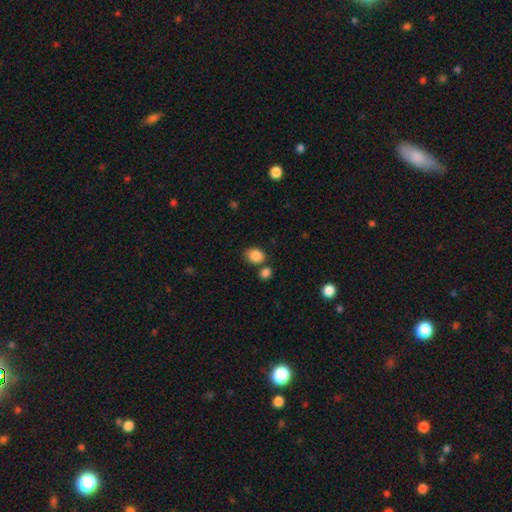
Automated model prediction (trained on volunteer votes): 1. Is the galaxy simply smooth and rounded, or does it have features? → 87% smooth, 9% star or artifact, 4% featured or disk.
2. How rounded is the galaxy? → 55% in between, 44% round, 1% cigar-shaped.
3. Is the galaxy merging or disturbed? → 67% none, 17% merger, 13% minor disturbance, 4% major disturbance.